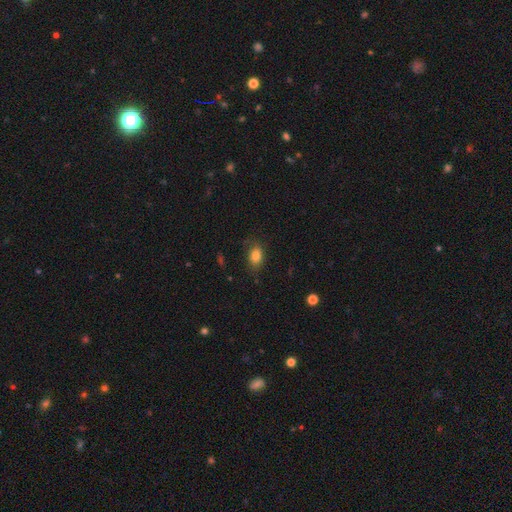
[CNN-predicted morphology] A smooth galaxy with no disk features (82%) that is in between round and cigar-shaped (79%).

Vote fractions:
- Smooth or featured? smooth: 82% / star or artifact: 10% / featured or disk: 8%
- How rounded? in between: 79% / round: 19% / cigar-shaped: 2%
- Merging? none: 75% / minor disturbance: 19% / major disturbance: 5% / merger: 1%